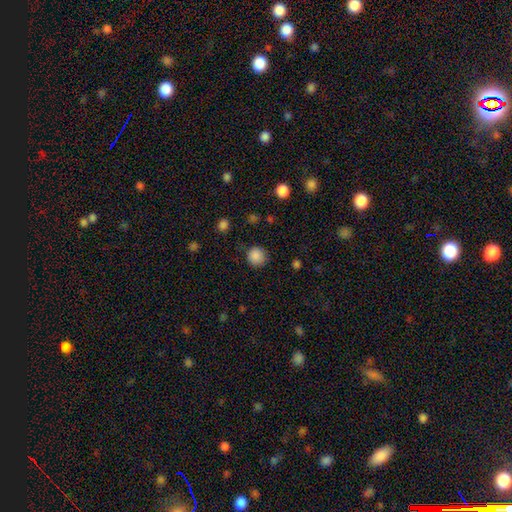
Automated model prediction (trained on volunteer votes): Q: Smooth or featured?
A: smooth (87%); runner-up: star or artifact (10%)
Q: How rounded?
A: round (92%); runner-up: in between (7%)
Q: Merging?
A: none (85%); runner-up: minor disturbance (10%)